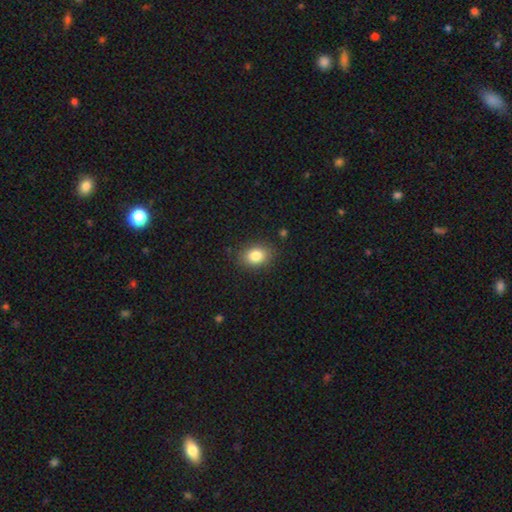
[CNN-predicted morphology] This is clearly a smooth galaxy (83%). How rounded: likely in between (68%). Merging: clearly none (86%).